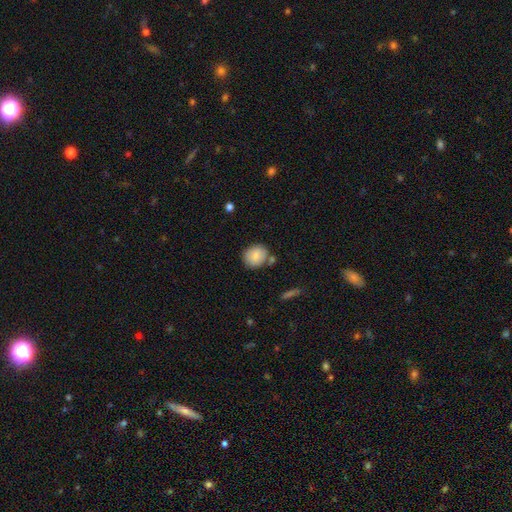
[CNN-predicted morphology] smooth-or-featured: smooth: 83% | featured or disk: 10% | star or artifact: 7%
  how-rounded: round: 62% | in between: 37% | cigar-shaped: 1%
  merging: none: 74% | minor disturbance: 14% | merger: 8% | major disturbance: 3%